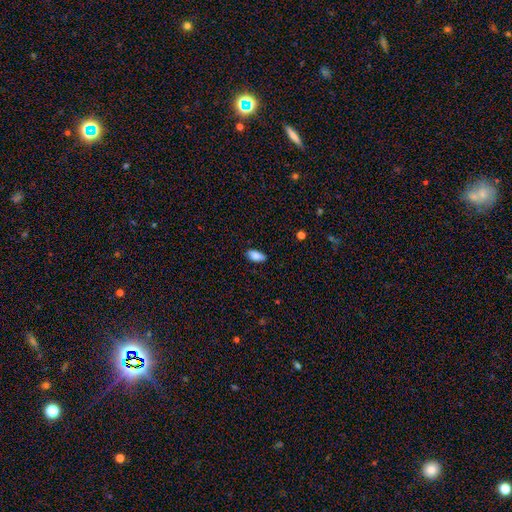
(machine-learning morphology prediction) Smooth or featured? smooth (87%)
How rounded? in between (89%)
Merging? none (83%)